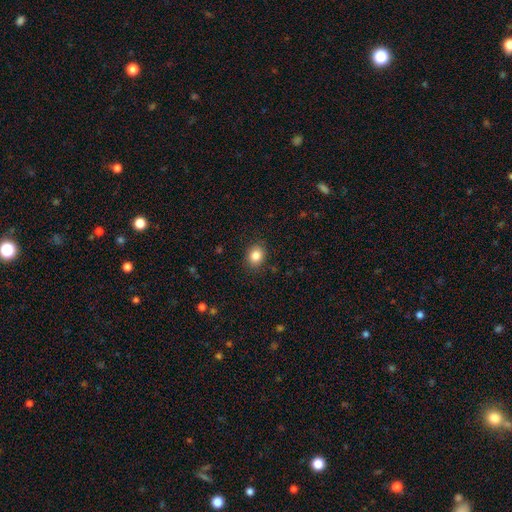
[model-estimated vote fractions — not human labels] Smooth or featured? smooth (85%)
How rounded? round (54%)
Merging? none (87%)